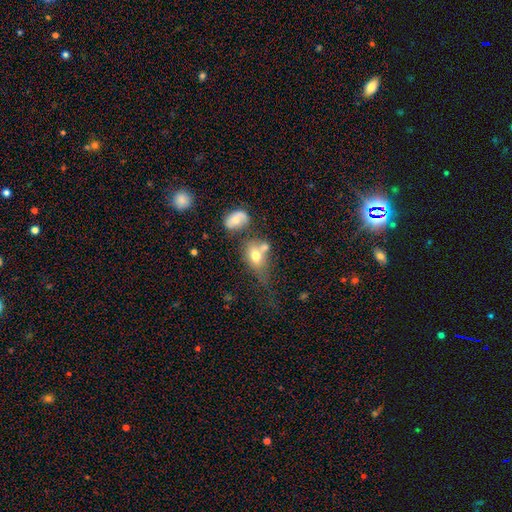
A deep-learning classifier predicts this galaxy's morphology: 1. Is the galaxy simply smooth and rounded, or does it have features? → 69% smooth, 21% featured or disk, 10% star or artifact.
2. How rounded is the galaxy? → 72% in between, 26% round, 3% cigar-shaped.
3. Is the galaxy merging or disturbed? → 39% merger, 30% none, 17% minor disturbance, 14% major disturbance.